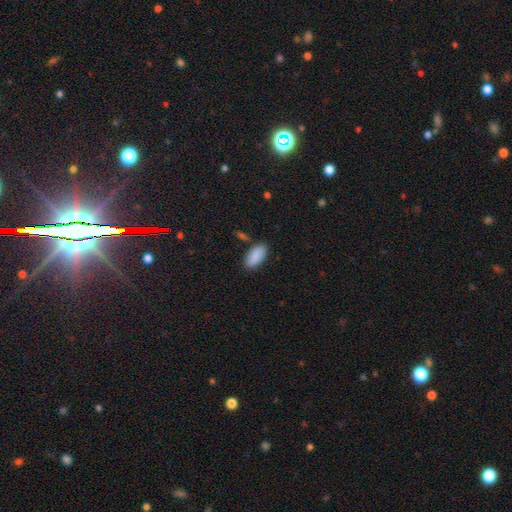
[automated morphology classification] Smooth or featured? smooth (89%)
How rounded? in between (91%)
Merging? none (83%)